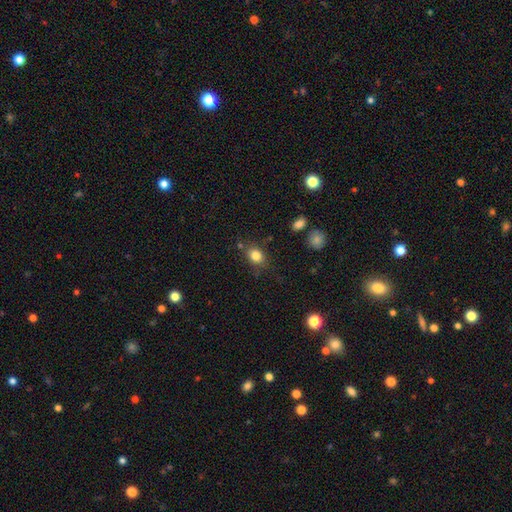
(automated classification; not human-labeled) Morphology: type=smooth (82%); roundness=in between (61%); merging=none (77%).